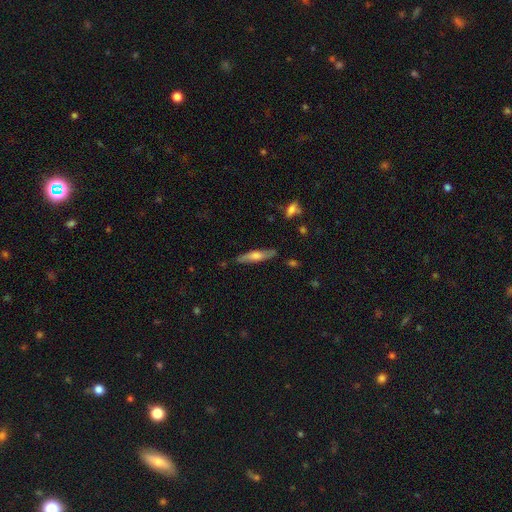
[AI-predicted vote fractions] smooth_or_featured: smooth (p=0.50) [alt: featured or disk p=0.44]
merging: none (p=0.83) [alt: minor disturbance p=0.13]